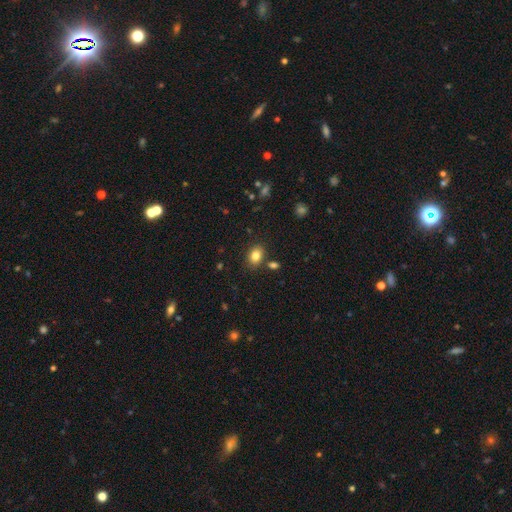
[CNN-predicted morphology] Smooth or featured?
  - smooth: 83% *
  - star or artifact: 10%
  - featured or disk: 7%
How rounded?
  - in between: 73% *
  - round: 26%
  - cigar-shaped: 1%
Merging?
  - none: 82% *
  - minor disturbance: 10%
  - merger: 6%
  - major disturbance: 3%